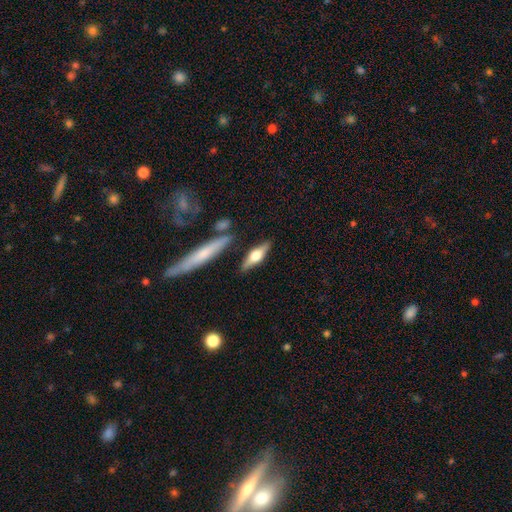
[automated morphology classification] A featured or disk galaxy (55%) viewed edge-on (93%) with a rounded central bulge (93%).

Vote fractions:
- Smooth or featured? featured or disk: 55% / smooth: 40% / star or artifact: 6%
- Edge-on disk? yes: 93% / no: 7%
- Edge-on bulge? rounded: 93% / boxy: 5% / none: 2%
- Merging? none: 83% / minor disturbance: 10% / merger: 5% / major disturbance: 2%